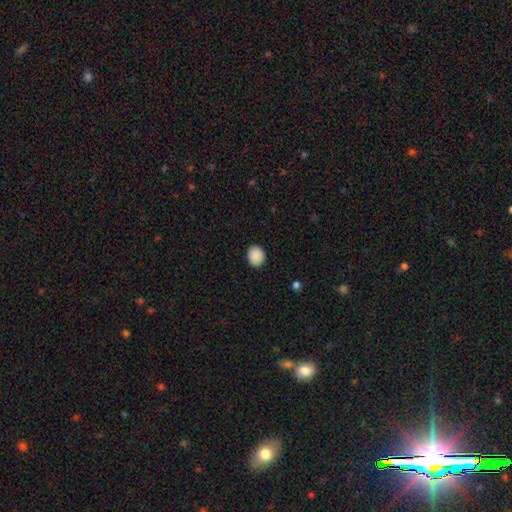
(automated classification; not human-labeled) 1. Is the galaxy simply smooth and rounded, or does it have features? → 90% smooth, 8% star or artifact, 3% featured or disk.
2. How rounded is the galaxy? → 68% round, 31% in between, 1% cigar-shaped.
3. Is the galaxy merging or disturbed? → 90% none, 7% minor disturbance, 2% major disturbance, 1% merger.